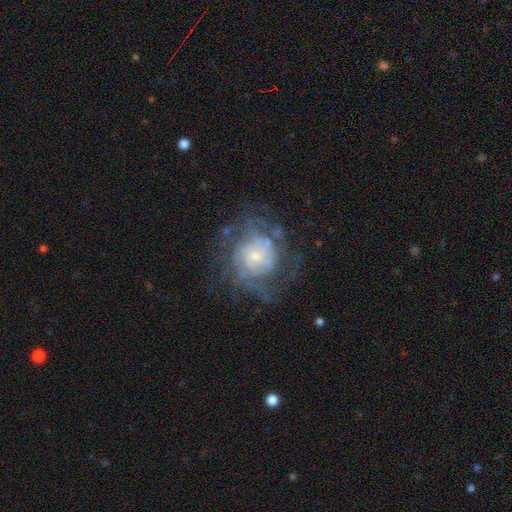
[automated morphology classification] A featured or disk galaxy (76%) with no bar (67%), tight (56%) spiral arms (83%) and a small central bulge (64%). Merging: none (62%).